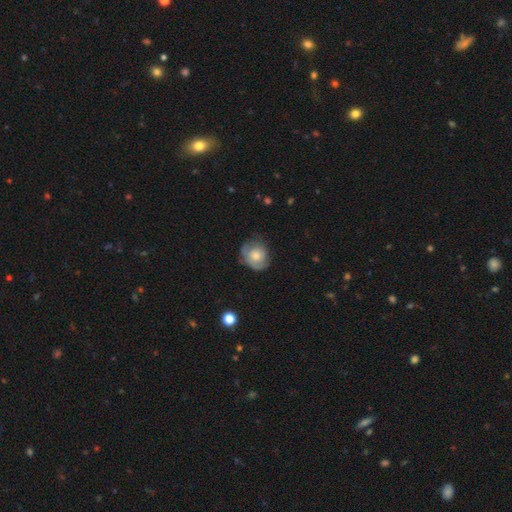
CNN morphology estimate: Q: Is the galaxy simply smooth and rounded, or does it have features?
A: smooth — 57%.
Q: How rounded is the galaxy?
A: round — 70%.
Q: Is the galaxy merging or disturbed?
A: none — 59%.